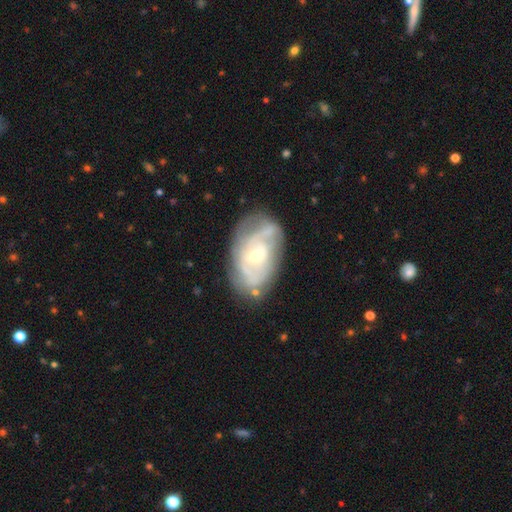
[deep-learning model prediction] featured or disk 74%, smooth 19%, star or artifact 7%. Down the decision tree: edge-on disk — no (95%); bar — no (55%); spiral arms — yes (71%); spiral arm count — can't tell (48%); spiral winding — tight (51%); bulge size — small (55%); merging — none (58%).